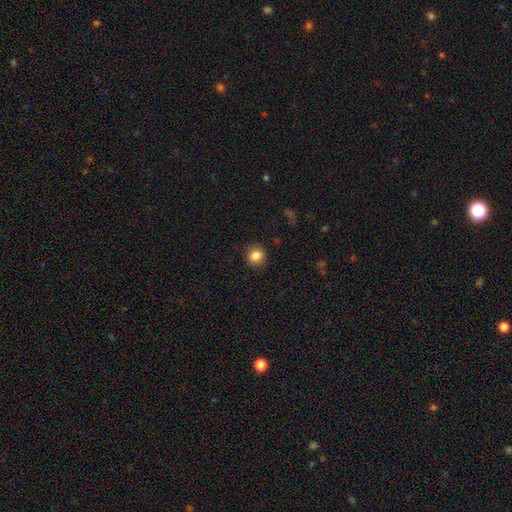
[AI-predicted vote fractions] Overall: smooth (85%). How rounded: round (89%). Merging: none (90%).